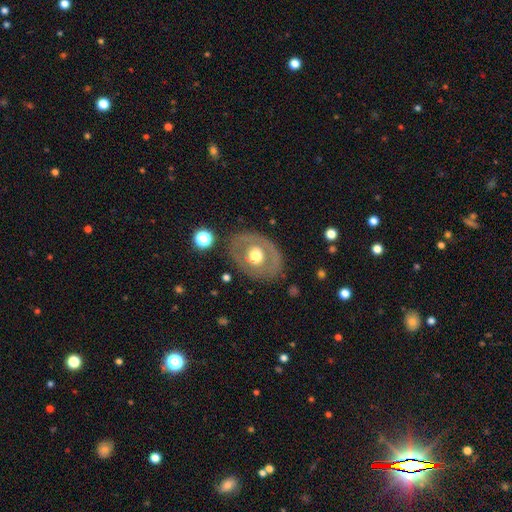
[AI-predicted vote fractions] Smooth or featured? featured or disk (51%)
Edge-on disk? no (92%)
Merging? none (79%)